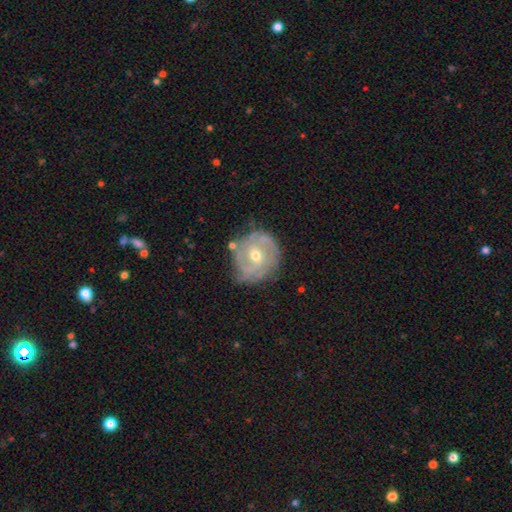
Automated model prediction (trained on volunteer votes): This is clearly a featured or disk galaxy (82%). It is clearly not viewed edge-on (97%). Bar: possibly no (52%). Spiral arm pattern: clearly yes (90%). Spiral arm count: marginally can't tell (29%). Spiral winding: likely tight (62%). Central bulge: likely moderate (66%). Merging: likely none (70%).